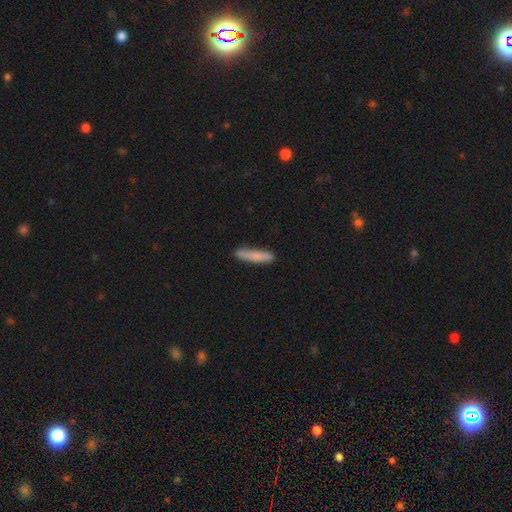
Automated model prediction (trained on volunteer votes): Smooth or featured? Predicted: smooth (p=0.78). How rounded? Predicted: cigar-shaped (p=0.89). Merging? Predicted: none (p=0.83).